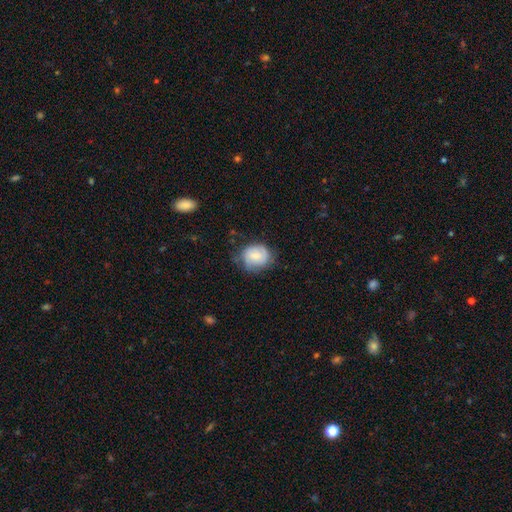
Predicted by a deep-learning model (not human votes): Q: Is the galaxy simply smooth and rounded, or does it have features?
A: smooth — 67%.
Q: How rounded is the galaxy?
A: round — 70%.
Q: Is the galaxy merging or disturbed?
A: none — 62%.